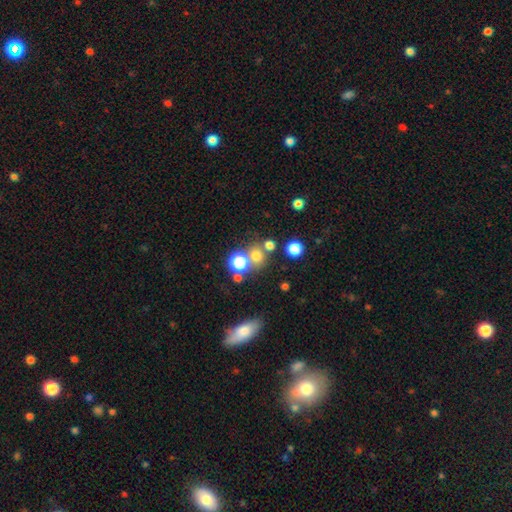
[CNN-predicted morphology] This is likely a smooth galaxy (67%). How rounded: clearly round (83%). Merging: likely none (62%).